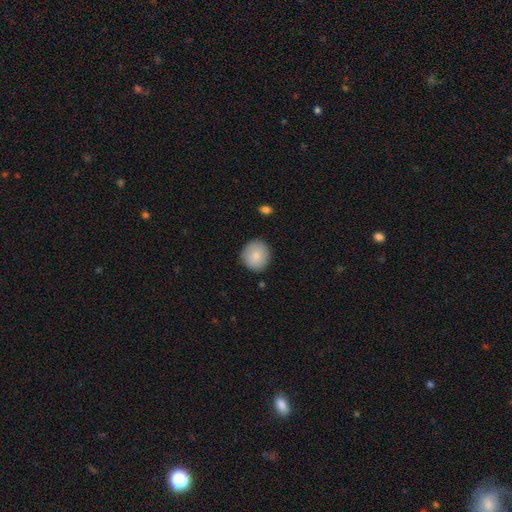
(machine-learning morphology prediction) A smooth galaxy with no disk features (85%) that is round (84%).

Vote fractions:
- Smooth or featured? smooth: 85% / featured or disk: 8% / star or artifact: 7%
- How rounded? round: 84% / in between: 15% / cigar-shaped: 1%
- Merging? none: 86% / minor disturbance: 10% / major disturbance: 2% / merger: 1%